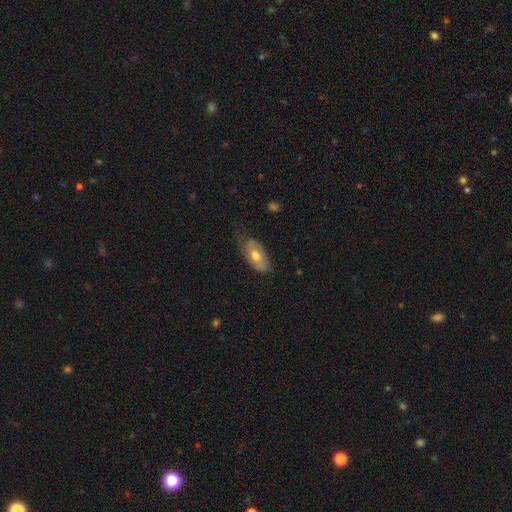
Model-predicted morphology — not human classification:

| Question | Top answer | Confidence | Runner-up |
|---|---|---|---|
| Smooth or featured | smooth | 60% | featured or disk (34%) |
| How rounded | in between | 90% | cigar-shaped (7%) |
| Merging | none | 61% | minor disturbance (29%) |